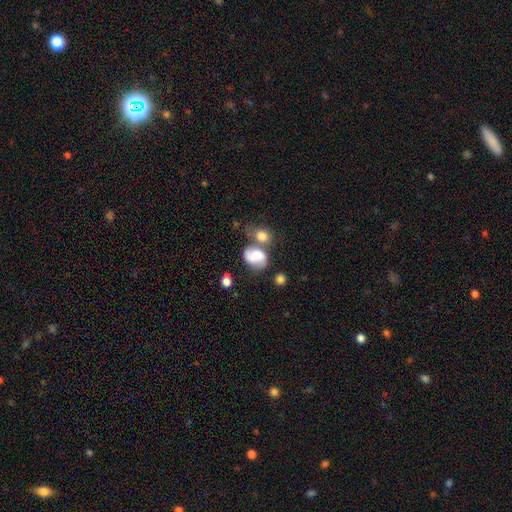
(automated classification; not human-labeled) A smooth galaxy with no disk features (49%). Merging: none (36%).